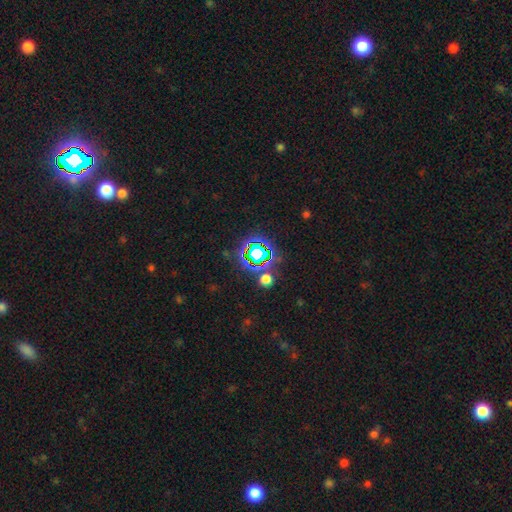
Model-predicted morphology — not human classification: Overall: star or artifact (69%).